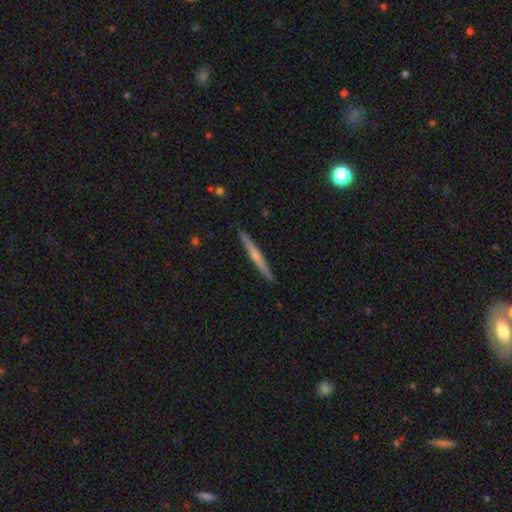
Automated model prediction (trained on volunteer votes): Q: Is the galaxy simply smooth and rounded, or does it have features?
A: featured or disk — 57%.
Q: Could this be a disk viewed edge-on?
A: yes — 98%.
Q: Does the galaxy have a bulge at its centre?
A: rounded — 60%.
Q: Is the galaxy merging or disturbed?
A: none — 92%.